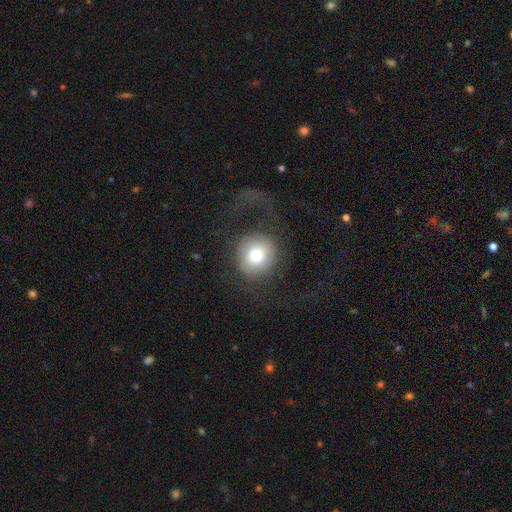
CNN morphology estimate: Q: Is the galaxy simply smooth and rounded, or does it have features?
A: smooth — 66%.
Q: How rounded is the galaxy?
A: round — 89%.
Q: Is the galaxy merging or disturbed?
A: none — 56%.